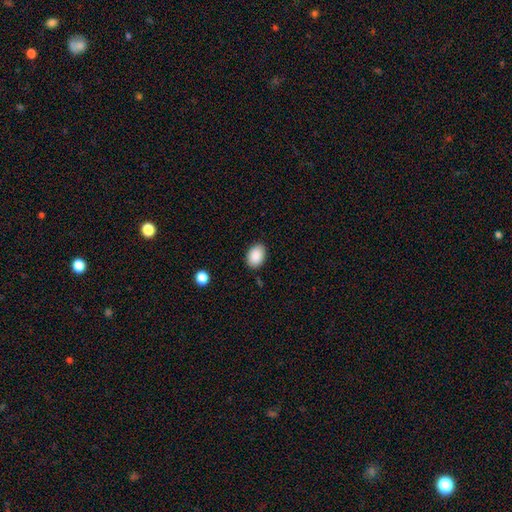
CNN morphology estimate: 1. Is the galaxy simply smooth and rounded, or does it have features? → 89% smooth, 7% star or artifact, 4% featured or disk.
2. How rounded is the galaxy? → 81% in between, 18% round, 1% cigar-shaped.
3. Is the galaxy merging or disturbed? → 87% none, 10% minor disturbance, 2% major disturbance, 1% merger.